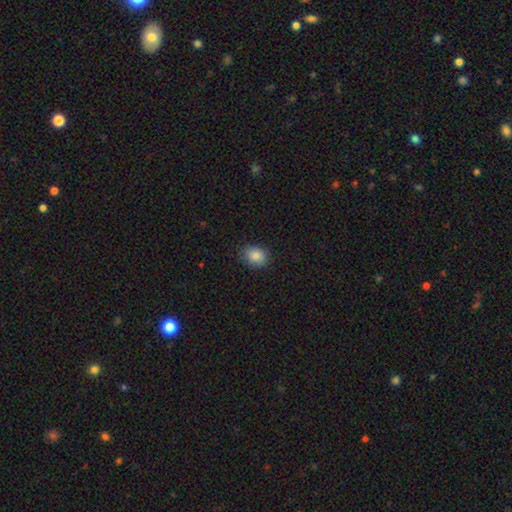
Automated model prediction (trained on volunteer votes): A smooth galaxy with no disk features (87%) that is in between round and cigar-shaped (53%).

Vote fractions:
- Smooth or featured? smooth: 87% / star or artifact: 9% / featured or disk: 5%
- How rounded? in between: 53% / round: 46% / cigar-shaped: 1%
- Merging? none: 82% / minor disturbance: 14% / major disturbance: 3% / merger: 1%